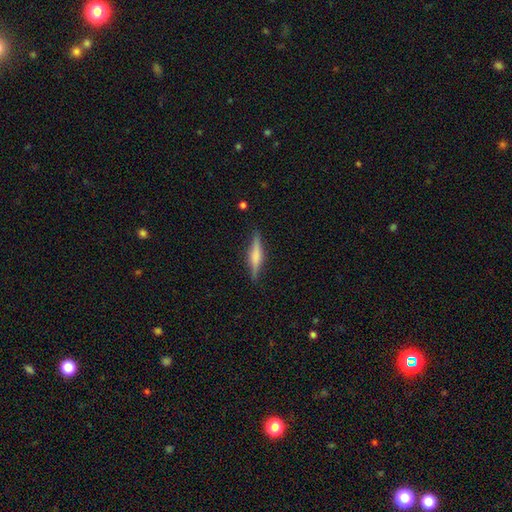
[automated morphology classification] Smooth or featured? featured or disk (58%)
Edge-on disk? yes (97%)
Edge-on bulge? rounded (60%)
Merging? none (87%)